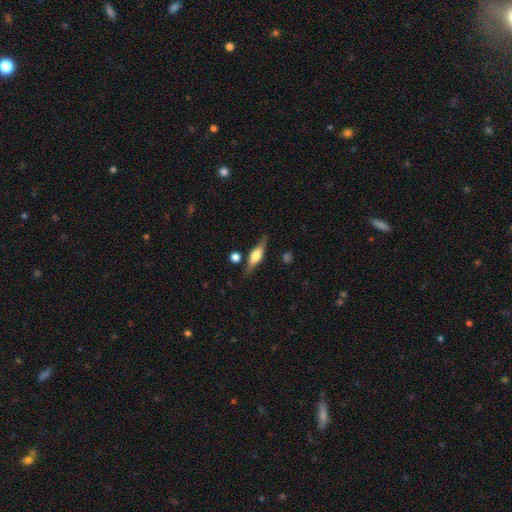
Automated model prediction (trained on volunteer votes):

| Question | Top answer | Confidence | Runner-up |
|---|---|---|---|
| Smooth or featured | featured or disk | 61% | smooth (32%) |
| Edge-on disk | yes | 93% | no (7%) |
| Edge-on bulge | rounded | 89% | boxy (9%) |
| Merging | none | 79% | minor disturbance (13%) |